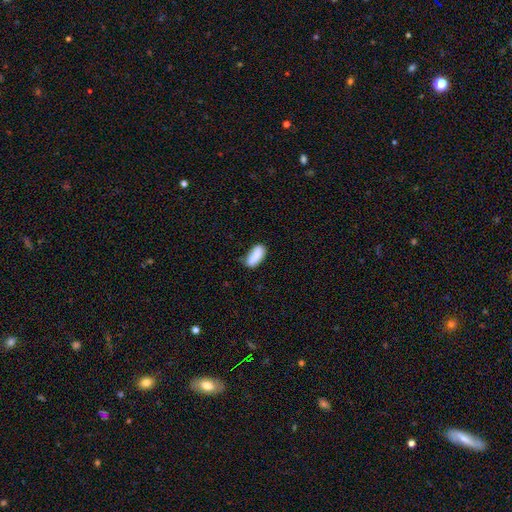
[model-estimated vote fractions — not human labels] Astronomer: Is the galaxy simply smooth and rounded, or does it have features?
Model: smooth — 85%.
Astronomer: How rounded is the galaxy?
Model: in between — 77%.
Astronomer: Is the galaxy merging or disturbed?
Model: none — 64%.